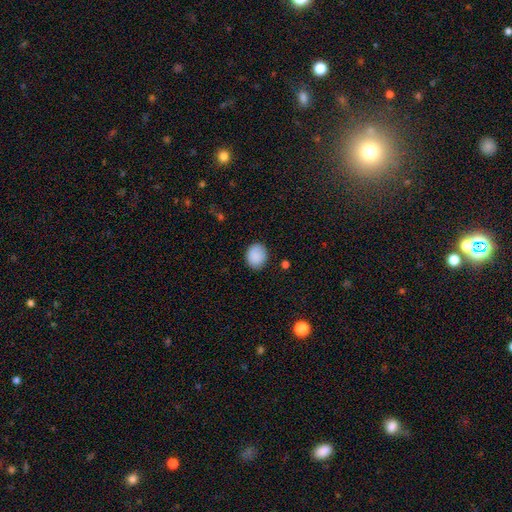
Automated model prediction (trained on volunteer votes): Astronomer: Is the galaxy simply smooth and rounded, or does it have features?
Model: smooth — 89%.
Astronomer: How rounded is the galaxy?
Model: round — 61% (runner-up: in between, 38%).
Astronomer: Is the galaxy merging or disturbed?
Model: none — 85%.